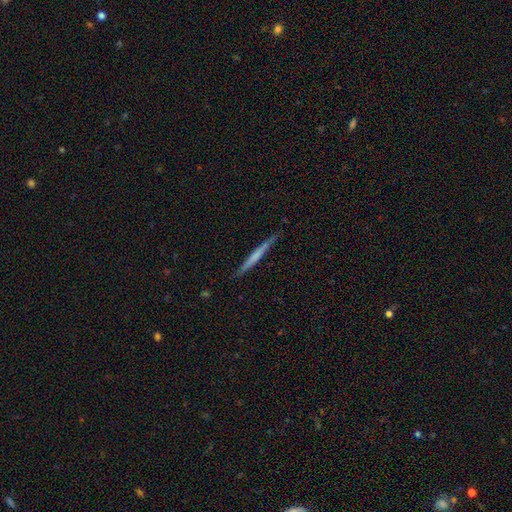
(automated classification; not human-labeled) Smooth or featured?
  - smooth: 48% *
  - featured or disk: 47%
  - star or artifact: 6%
Merging?
  - none: 87% *
  - minor disturbance: 10%
  - major disturbance: 2%
  - merger: 1%